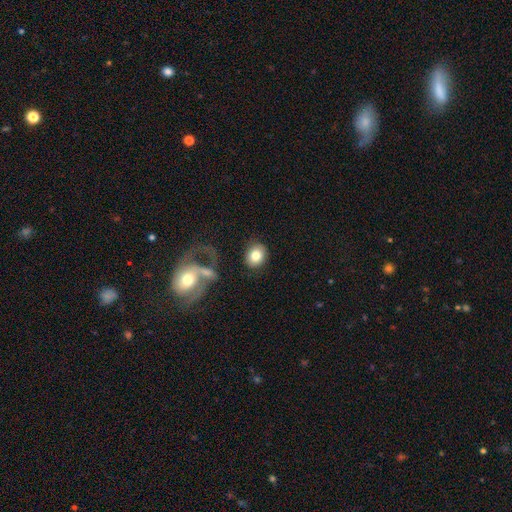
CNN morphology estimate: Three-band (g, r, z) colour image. It shows a smooth galaxy with no disk features (80%) that is round (63%). Merging: none (77%).